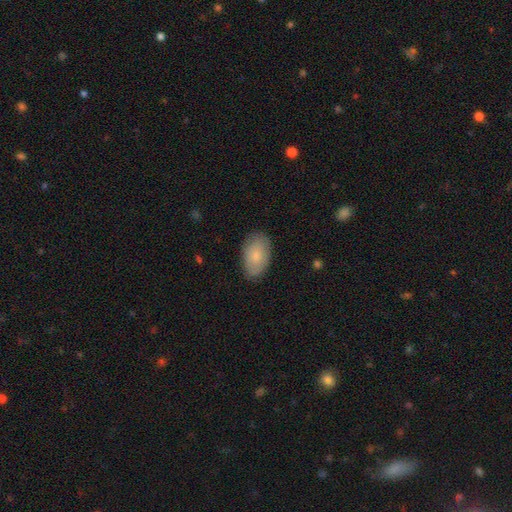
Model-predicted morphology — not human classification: The model was most divided on "smooth or featured": smooth: 79%, featured or disk: 14%, star or artifact: 6%. More confident: how rounded — in between (92%); merging — none (82%).